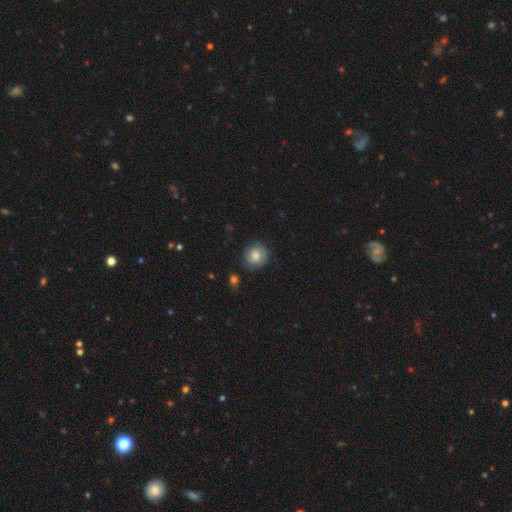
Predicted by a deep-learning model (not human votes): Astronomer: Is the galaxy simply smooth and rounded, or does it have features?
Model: smooth — 70%.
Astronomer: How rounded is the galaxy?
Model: round — 89%.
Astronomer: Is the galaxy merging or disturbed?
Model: none — 79%.